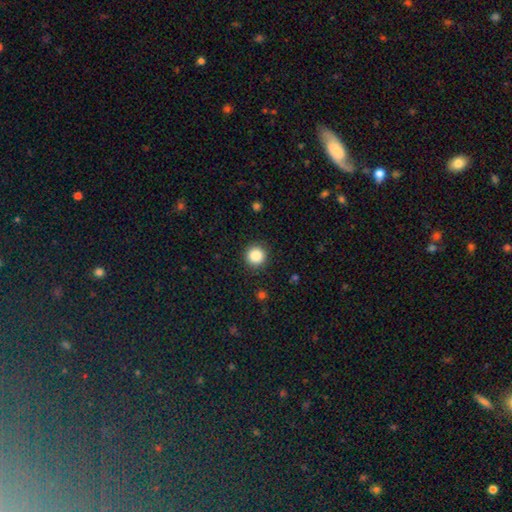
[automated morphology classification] Smooth or featured?
  - smooth: 87% *
  - star or artifact: 10%
  - featured or disk: 3%
How rounded?
  - round: 95% *
  - in between: 4%
  - cigar-shaped: 1%
Merging?
  - none: 91% *
  - minor disturbance: 6%
  - major disturbance: 2%
  - merger: 1%